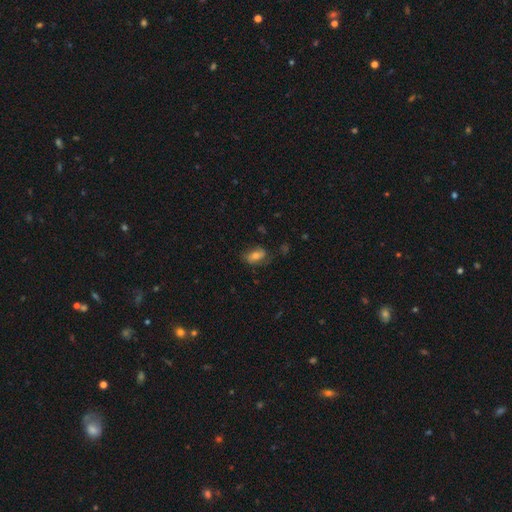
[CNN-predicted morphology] Smooth or featured: smooth — 64% (featured or disk — 27%)
How rounded: in between — 86% (round — 11%)
Merging: none — 65% (minor disturbance — 23%)